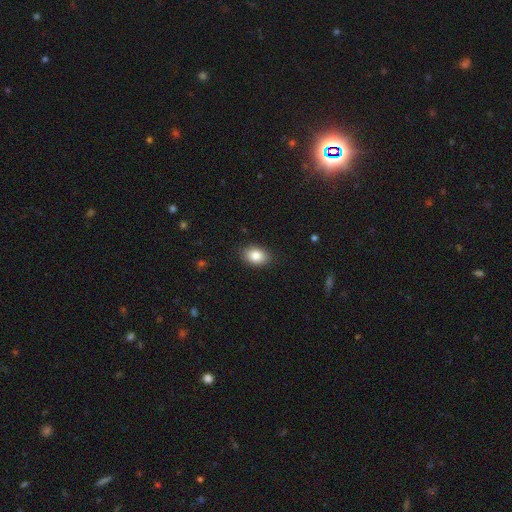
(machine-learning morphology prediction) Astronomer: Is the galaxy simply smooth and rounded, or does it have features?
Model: smooth — 85%.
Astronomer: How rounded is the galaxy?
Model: in between — 83%.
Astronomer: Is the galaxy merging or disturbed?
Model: none — 87%.